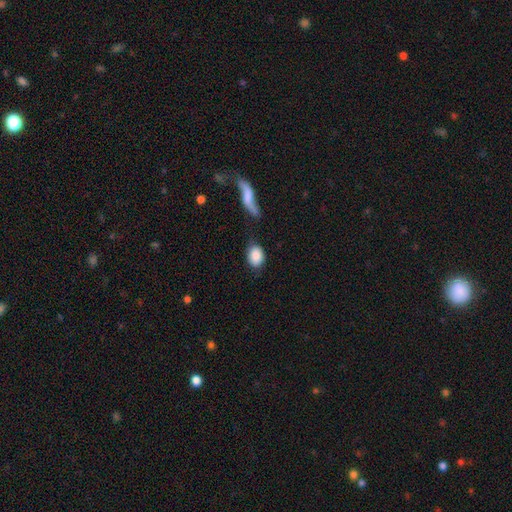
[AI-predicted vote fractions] smooth_or_featured: smooth (p=0.86) [alt: featured or disk p=0.08]
how_rounded: in between (p=0.71) [alt: round p=0.27]
merging: none (p=0.66) [alt: minor disturbance p=0.19]